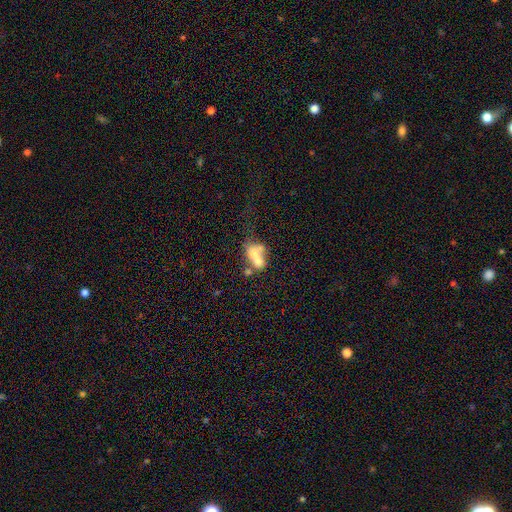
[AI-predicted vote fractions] Smooth or featured: smooth — 56% (featured or disk — 32%)
How rounded: in between — 81% (round — 13%)
Merging: merger — 54% (none — 17%)